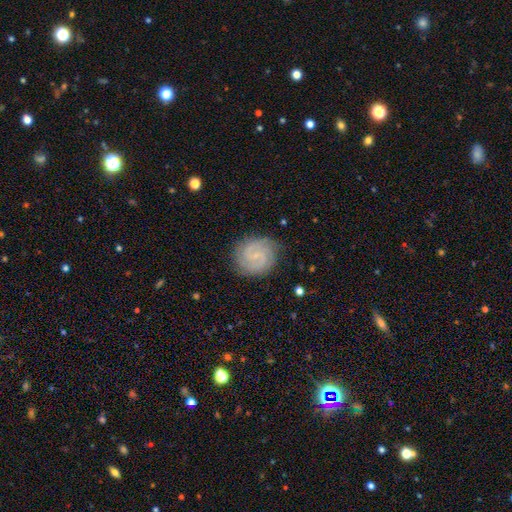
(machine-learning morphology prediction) A featured or disk galaxy (81%) with a weak bar (47%), 2 (64%) tight (60%) spiral arms (97%) and a small central bulge (73%).

Vote fractions:
- Smooth or featured? featured or disk: 81% / smooth: 13% / star or artifact: 6%
- Edge-on disk? no: 98% / yes: 2%
- Bar? weak: 47% / no: 43% / strong: 10%
- Spiral arms? yes: 97% / no: 3%
- Spiral winding? tight: 60% / medium: 33% / loose: 6%
- Spiral arm count? 2: 64% / 3: 14% / can't tell: 11% / 4: 4% / 1: 3% / more than 4: 3%
- Bulge size? small: 73% / none: 17% / moderate: 9% / large: 1% / dominant: 1%
- Merging? none: 83% / minor disturbance: 12% / major disturbance: 4% / merger: 1%